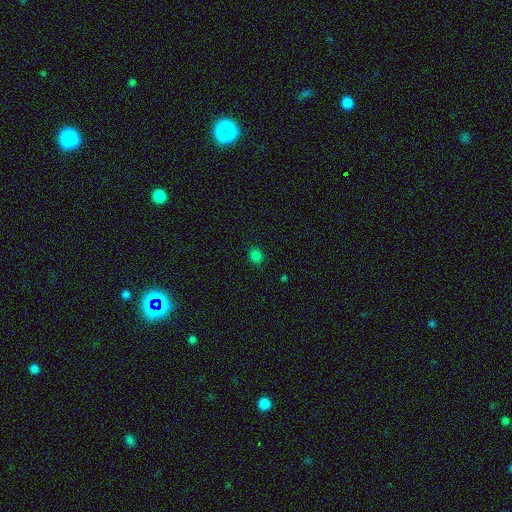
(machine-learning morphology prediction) A smooth galaxy with no disk features (80%) that is round (79%).

Vote fractions:
- Smooth or featured? smooth: 80% / star or artifact: 17% / featured or disk: 3%
- How rounded? round: 79% / in between: 20% / cigar-shaped: 1%
- Merging? none: 89% / minor disturbance: 8% / major disturbance: 2% / merger: 1%